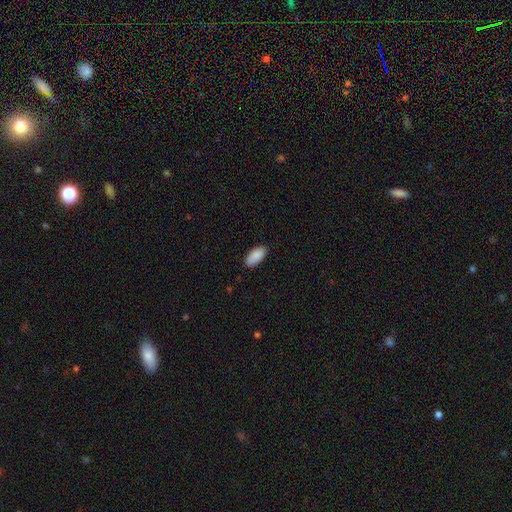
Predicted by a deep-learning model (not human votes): The model was most divided on "merging": none: 86%, minor disturbance: 11%, major disturbance: 2%, merger: 1%. More confident: how rounded — in between (91%); smooth or featured — smooth (90%).